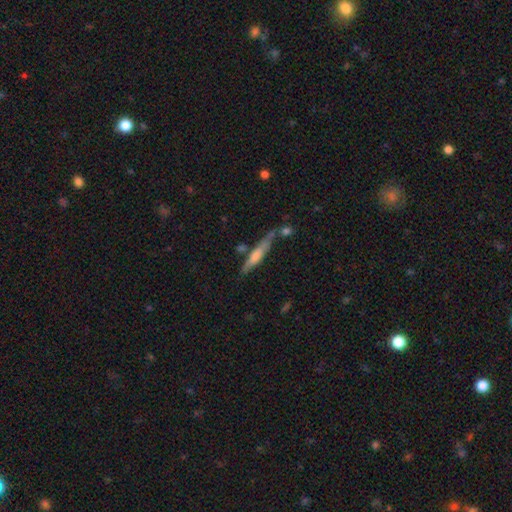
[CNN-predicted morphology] Smooth or featured?
  - featured or disk: 60% *
  - smooth: 31%
  - star or artifact: 8%
Edge-on disk?
  - yes: 94% *
  - no: 6%
Edge-on bulge?
  - rounded: 58% *
  - none: 24%
  - boxy: 18%
Merging?
  - none: 70% *
  - minor disturbance: 16%
  - merger: 9%
  - major disturbance: 5%